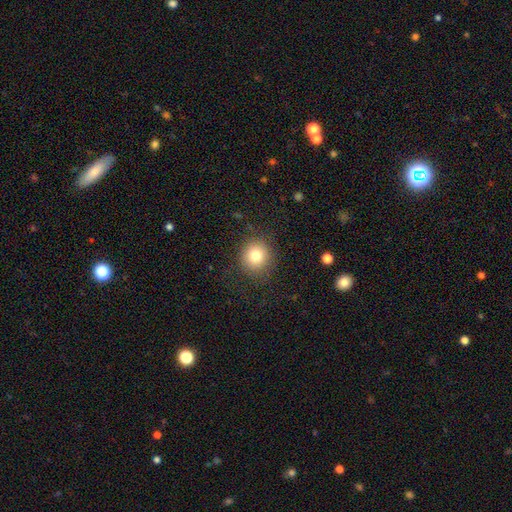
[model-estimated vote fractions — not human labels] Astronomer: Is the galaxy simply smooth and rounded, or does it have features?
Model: smooth — 79%.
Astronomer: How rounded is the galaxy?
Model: round — 89%.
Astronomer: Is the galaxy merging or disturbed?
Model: none — 86%.